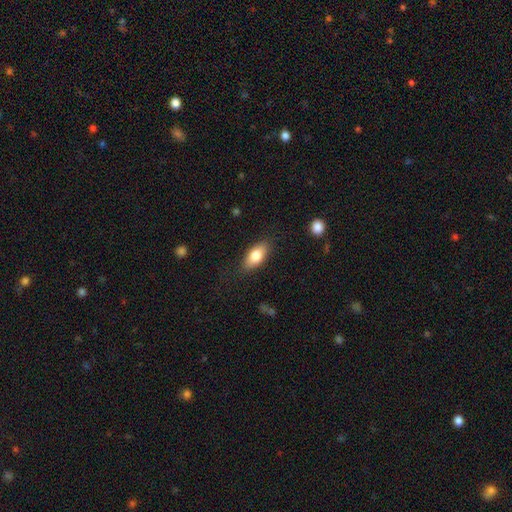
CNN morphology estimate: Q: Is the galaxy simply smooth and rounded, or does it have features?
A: smooth — 78%.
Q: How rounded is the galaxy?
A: in between — 86%.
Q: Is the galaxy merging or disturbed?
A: none — 83%.